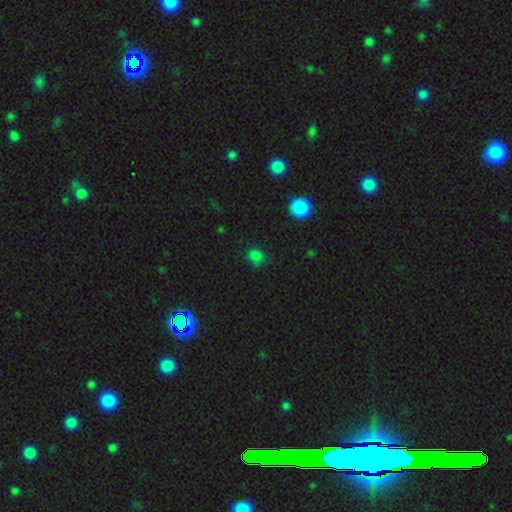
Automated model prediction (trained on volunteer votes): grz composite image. It shows a smooth galaxy with no disk features (77%) that is round (72%). Merging: none (76%).